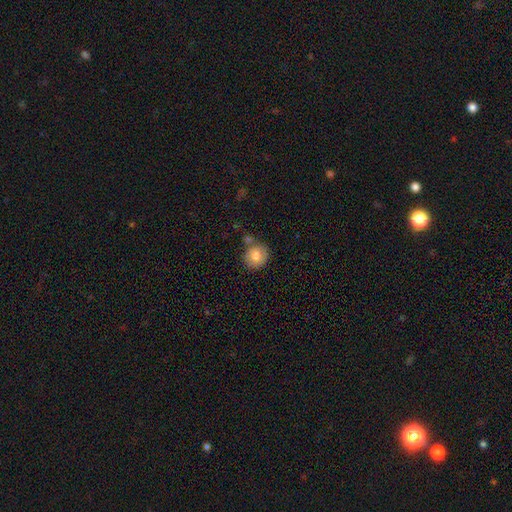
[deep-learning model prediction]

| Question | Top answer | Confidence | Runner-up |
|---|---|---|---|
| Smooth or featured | smooth | 81% | featured or disk (11%) |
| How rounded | round | 81% | in between (18%) |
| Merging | none | 65% | minor disturbance (15%) |